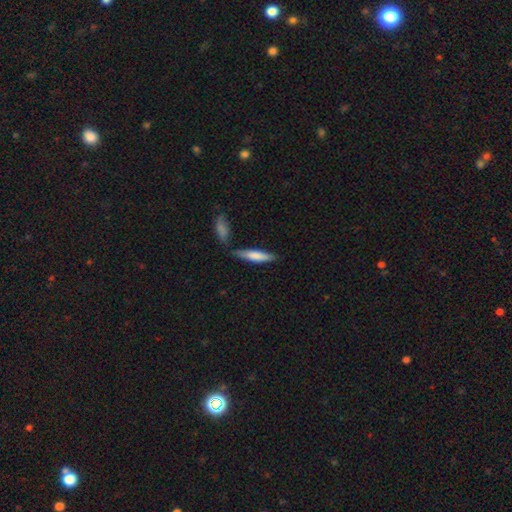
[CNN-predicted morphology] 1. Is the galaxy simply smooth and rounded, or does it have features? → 75% smooth, 20% featured or disk, 5% star or artifact.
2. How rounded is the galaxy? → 77% cigar-shaped, 22% in between, 1% round.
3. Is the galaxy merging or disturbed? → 69% none, 14% minor disturbance, 13% merger, 3% major disturbance.